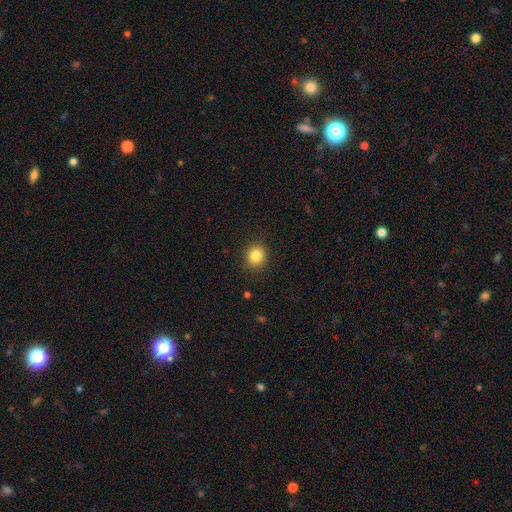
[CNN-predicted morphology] smooth 84%, star or artifact 11%, featured or disk 5%. Down the decision tree: how rounded — round (84%); merging — none (90%).